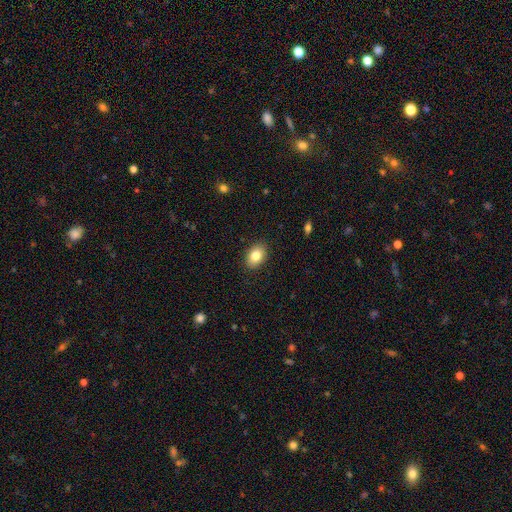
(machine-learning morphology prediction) type=smooth (84%); roundness=in between (82%); merging=none (89%).